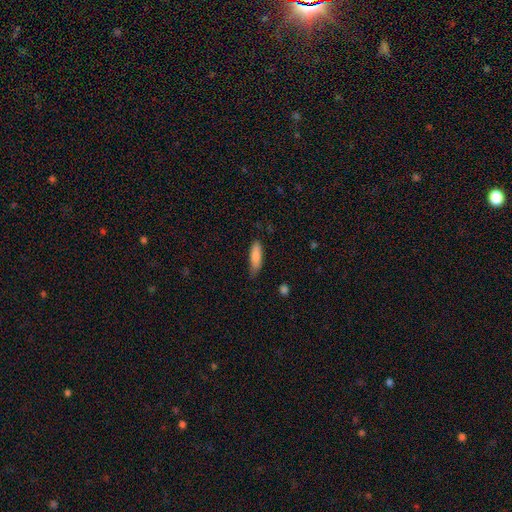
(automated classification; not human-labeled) smooth_or_featured: smooth (p=0.85) [alt: featured or disk p=0.09]
how_rounded: cigar-shaped (p=0.55) [alt: in between p=0.43]
merging: none (p=0.70) [alt: minor disturbance p=0.24]